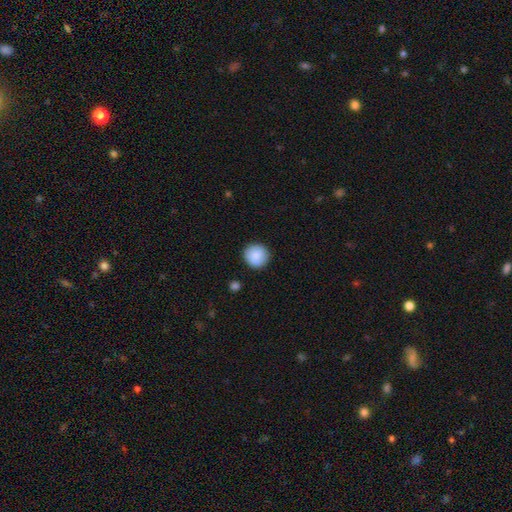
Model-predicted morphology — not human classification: Smooth or featured? Predicted: smooth (p=0.88). How rounded? Predicted: round (p=0.94). Merging? Predicted: none (p=0.90).